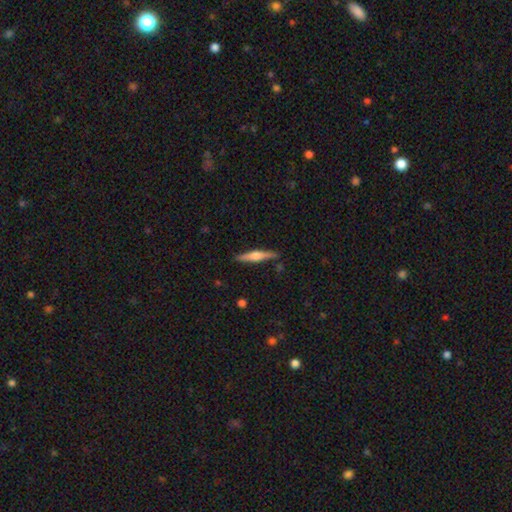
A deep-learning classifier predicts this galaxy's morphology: featured or disk 60%, smooth 35%, star or artifact 6%. Down the decision tree: edge-on disk — yes (97%); edge-on bulge — rounded (84%); merging — none (87%).